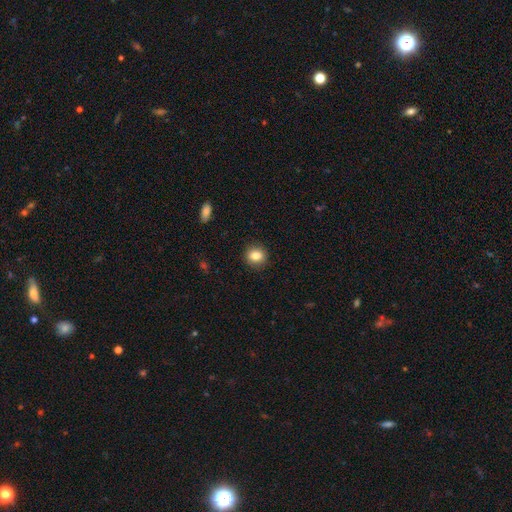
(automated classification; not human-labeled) The model was most divided on "how rounded": round: 80%, in between: 19%, cigar-shaped: 1%. More confident: merging — none (90%); smooth or featured — smooth (84%).